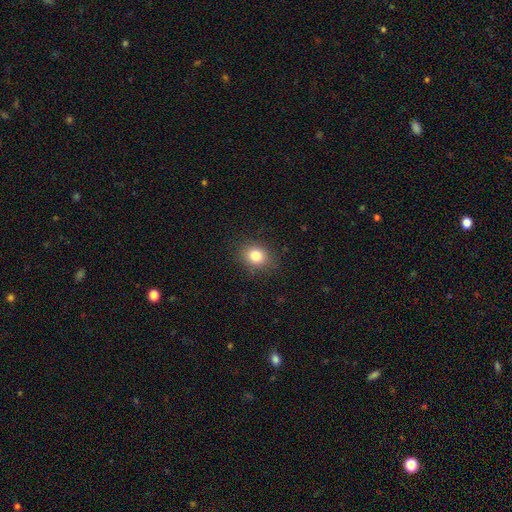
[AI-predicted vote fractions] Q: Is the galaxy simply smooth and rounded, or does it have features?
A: smooth — 82%.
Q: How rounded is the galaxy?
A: round — 59%.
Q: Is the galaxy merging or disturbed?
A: none — 85%.